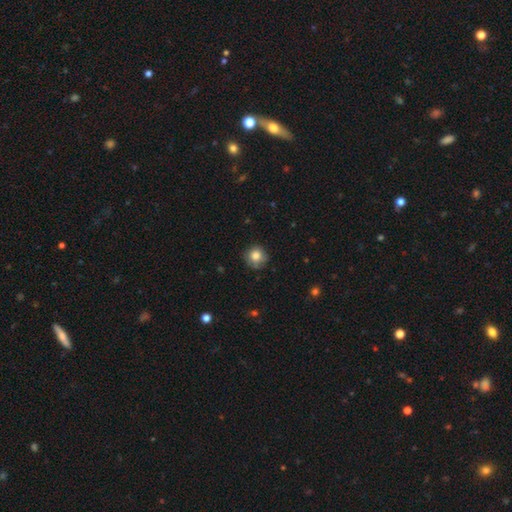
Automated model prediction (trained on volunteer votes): Smooth or featured? Predicted: smooth (p=0.82). How rounded? Predicted: round (p=0.92). Merging? Predicted: none (p=0.80).